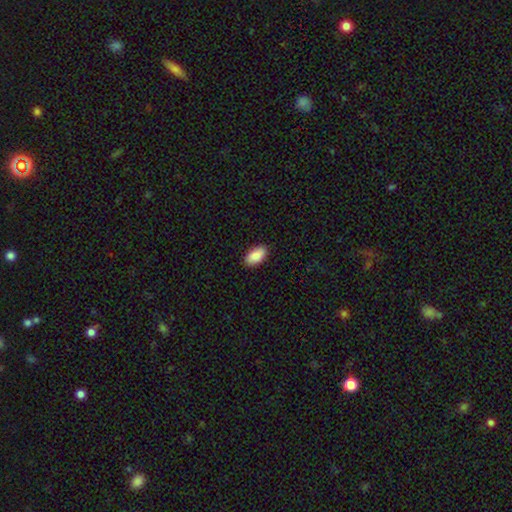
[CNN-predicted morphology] Smooth or featured?
  - smooth: 89% *
  - star or artifact: 6%
  - featured or disk: 5%
How rounded?
  - in between: 94% *
  - round: 3%
  - cigar-shaped: 3%
Merging?
  - none: 89% *
  - minor disturbance: 8%
  - major disturbance: 2%
  - merger: 1%